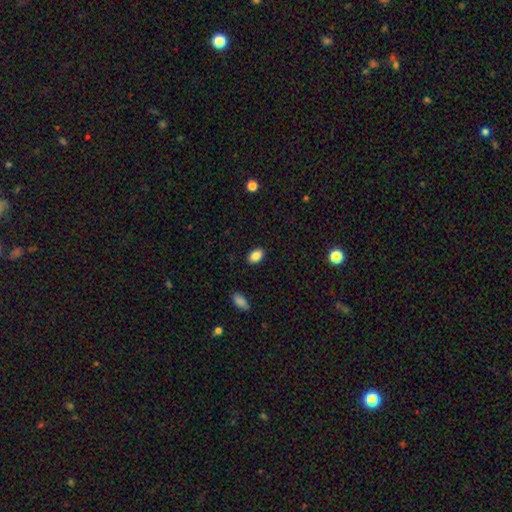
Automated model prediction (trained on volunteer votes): Overall: smooth (87%). How rounded: in between (87%). Merging: none (88%).